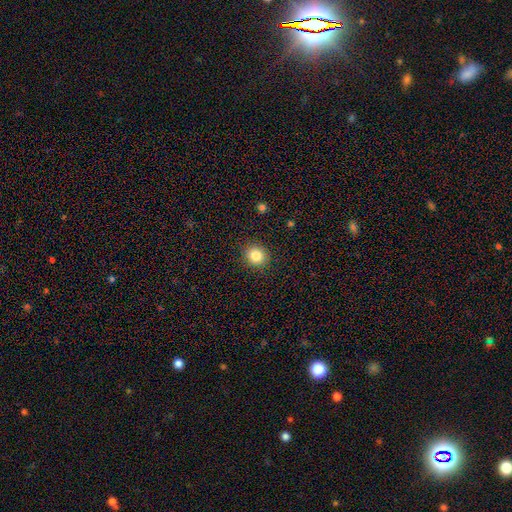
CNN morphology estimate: Smooth or featured: smooth — 83% (star or artifact — 11%)
How rounded: round — 84% (in between — 15%)
Merging: none — 91% (minor disturbance — 6%)